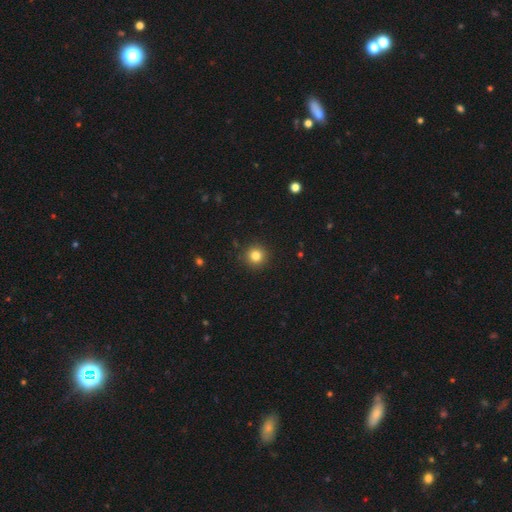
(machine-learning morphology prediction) smooth 82%, star or artifact 12%, featured or disk 6%. Down the decision tree: how rounded — round (95%); merging — none (92%).